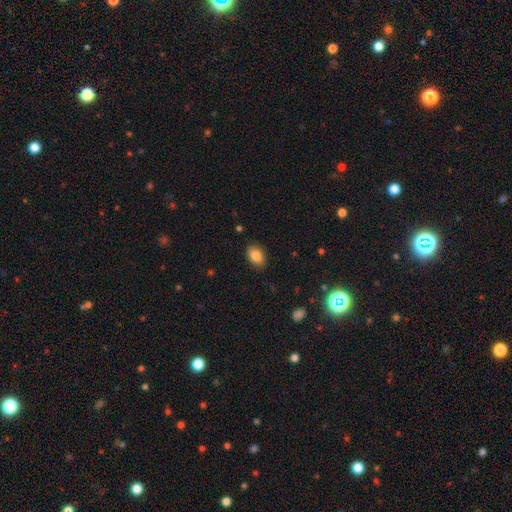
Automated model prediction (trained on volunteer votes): Morphology: type=smooth (85%); roundness=in between (85%); merging=none (86%).